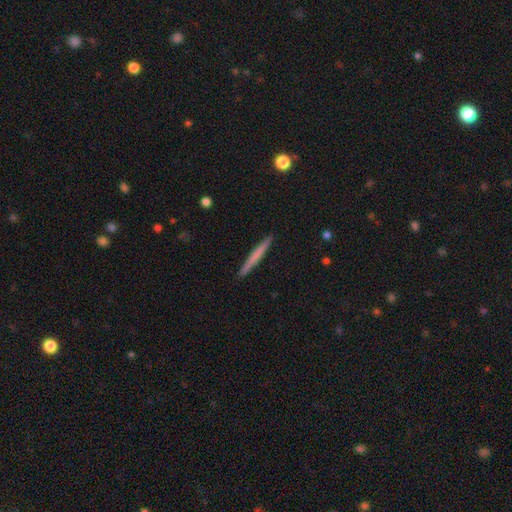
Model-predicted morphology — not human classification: A smooth galaxy with no disk features (57%) that is cigar-shaped (97%). Merging: none (92%).